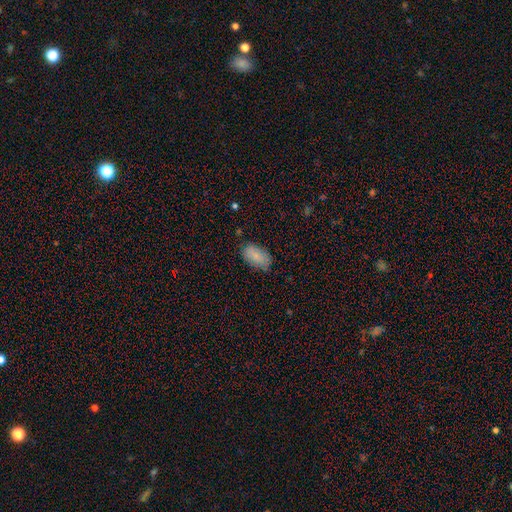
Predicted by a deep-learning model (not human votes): Overall: smooth (84%). How rounded: in between (94%). Merging: none (77%).